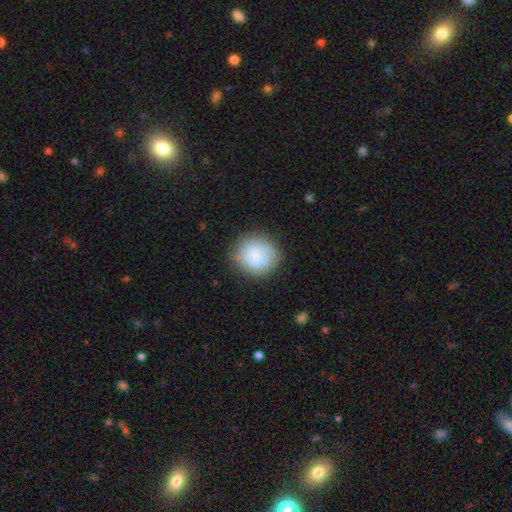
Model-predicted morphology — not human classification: The model was most divided on "smooth or featured": smooth: 76%, featured or disk: 17%, star or artifact: 7%. More confident: how rounded — round (86%); merging — none (78%).